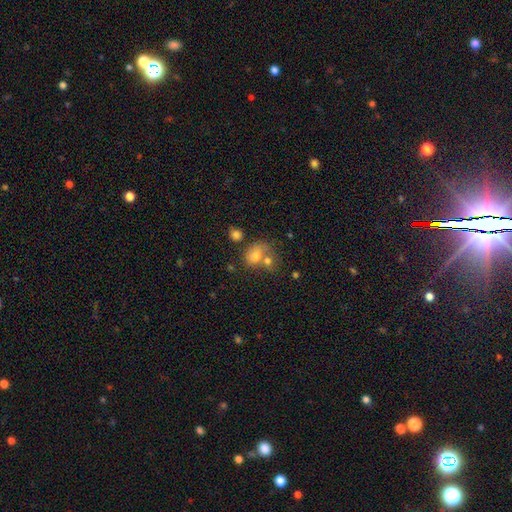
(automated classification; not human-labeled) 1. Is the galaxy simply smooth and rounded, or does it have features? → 70% smooth, 16% featured or disk, 14% star or artifact.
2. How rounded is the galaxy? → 57% in between, 41% round, 1% cigar-shaped.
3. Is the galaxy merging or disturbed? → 45% merger, 34% none, 13% minor disturbance, 8% major disturbance.